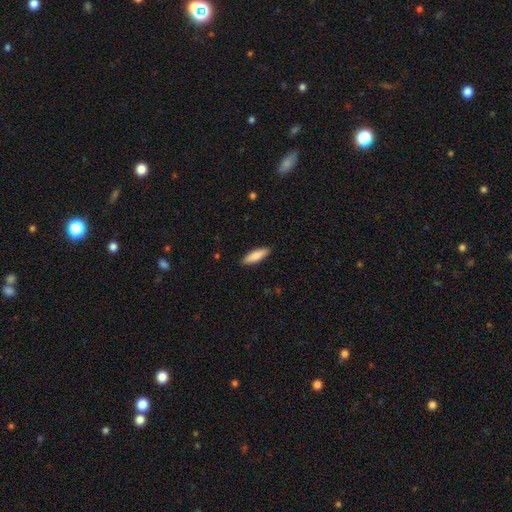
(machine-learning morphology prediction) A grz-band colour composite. It shows a smooth galaxy with no disk features (85%) that is in between round and cigar-shaped (51%). Merging: none (90%).